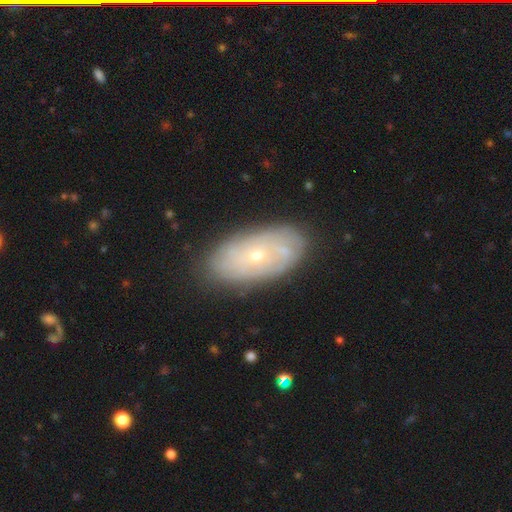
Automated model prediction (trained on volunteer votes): Smooth or featured?
  - featured or disk: 59% *
  - smooth: 33%
  - star or artifact: 7%
Edge-on disk?
  - no: 91% *
  - yes: 9%
Bar?
  - no: 85% *
  - weak: 13%
  - strong: 3%
Spiral arms?
  - yes: 58% *
  - no: 42%
Bulge size?
  - small: 68% *
  - moderate: 29%
  - large: 1%
  - none: 1%
  - dominant: 1%
Merging?
  - none: 79% *
  - minor disturbance: 15%
  - major disturbance: 4%
  - merger: 2%